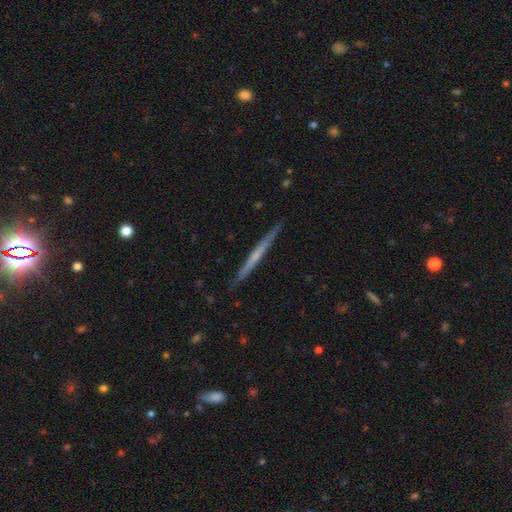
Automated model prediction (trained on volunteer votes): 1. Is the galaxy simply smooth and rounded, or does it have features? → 63% featured or disk, 31% smooth, 6% star or artifact.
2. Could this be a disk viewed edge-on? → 98% yes, 2% no.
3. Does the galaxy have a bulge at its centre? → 63% none, 32% rounded, 5% boxy.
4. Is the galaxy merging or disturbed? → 90% none, 7% minor disturbance, 1% major disturbance, 1% merger.